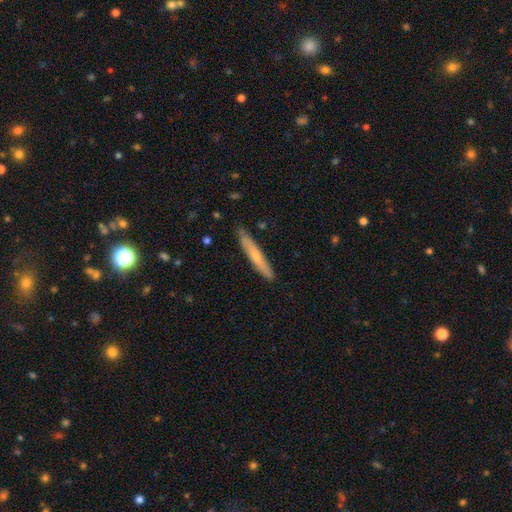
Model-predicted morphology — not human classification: smooth 60%, featured or disk 34%, star or artifact 5%. Down the decision tree: how rounded — cigar-shaped (95%); merging — none (88%).